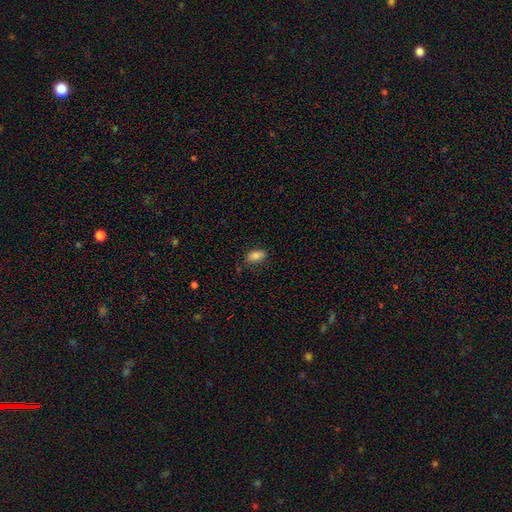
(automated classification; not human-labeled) A smooth galaxy with no disk features (84%) that is in between round and cigar-shaped (91%). Merging: none (81%).